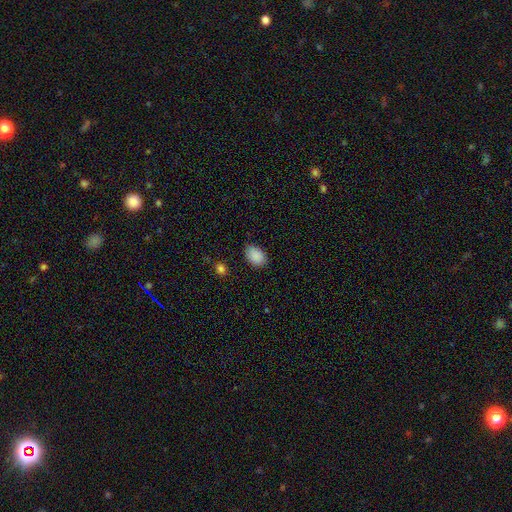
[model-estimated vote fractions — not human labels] The model was most divided on "merging": none: 79%, minor disturbance: 16%, major disturbance: 3%, merger: 1%. More confident: smooth or featured — smooth (89%); how rounded — in between (85%).